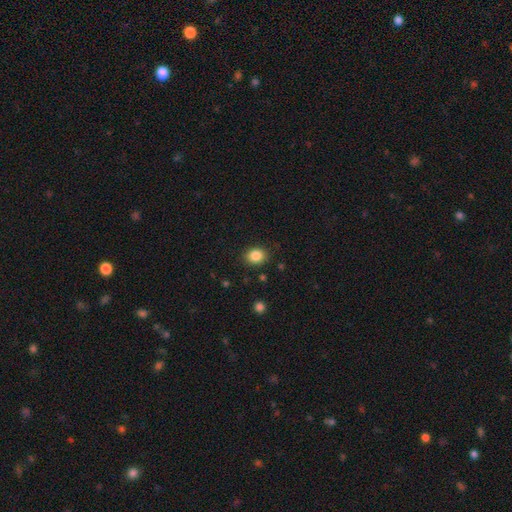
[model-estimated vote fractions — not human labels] Overall: smooth (86%). How rounded: round (55%; in between 44%). Merging: none (87%).